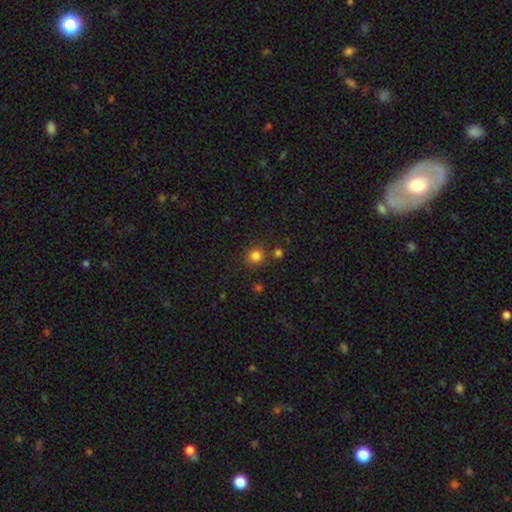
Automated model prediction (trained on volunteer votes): Smooth or featured? Predicted: smooth (p=0.82). How rounded? Predicted: round (p=0.90). Merging? Predicted: none (p=0.81).